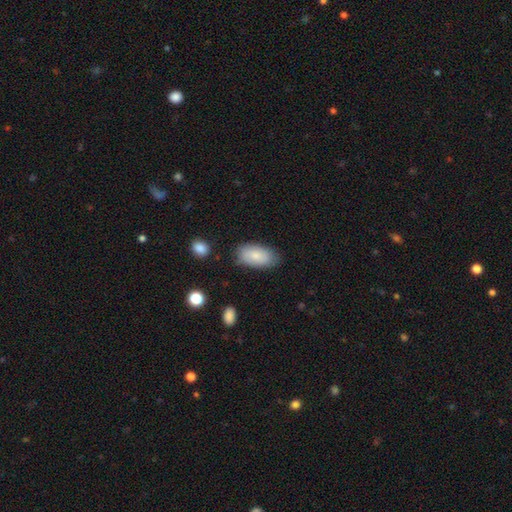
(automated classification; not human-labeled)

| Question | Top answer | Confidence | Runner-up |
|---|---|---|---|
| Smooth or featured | smooth | 83% | featured or disk (11%) |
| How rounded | in between | 94% | cigar-shaped (3%) |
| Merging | none | 78% | minor disturbance (17%) |